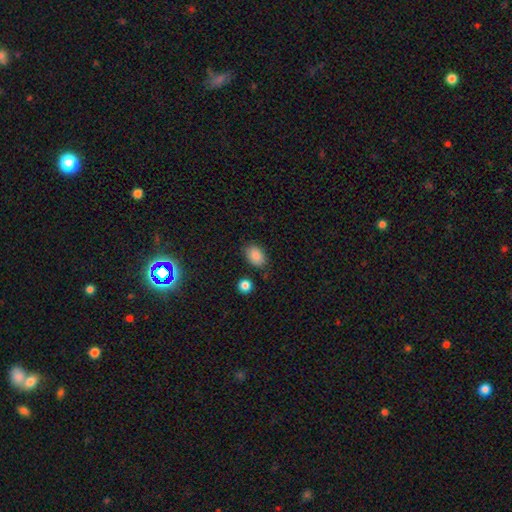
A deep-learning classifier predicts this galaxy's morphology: A smooth galaxy with no disk features (86%) that is in between round and cigar-shaped (82%).

Vote fractions:
- Smooth or featured? smooth: 86% / star or artifact: 9% / featured or disk: 5%
- How rounded? in between: 82% / round: 17% / cigar-shaped: 1%
- Merging? none: 79% / minor disturbance: 14% / major disturbance: 3% / merger: 3%